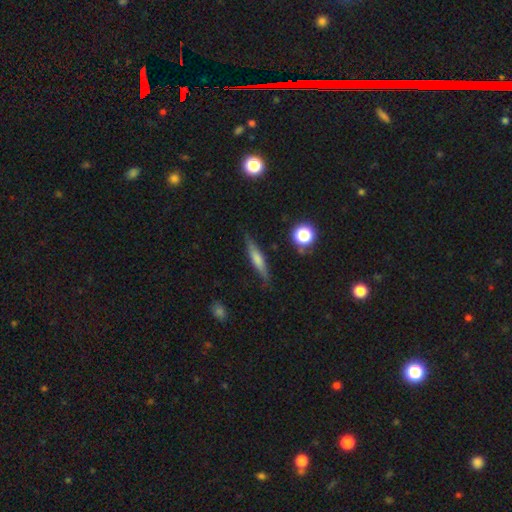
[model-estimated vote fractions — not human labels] Q: Smooth or featured?
A: smooth (48%); runner-up: featured or disk (43%)
Q: Merging?
A: none (85%); runner-up: minor disturbance (11%)